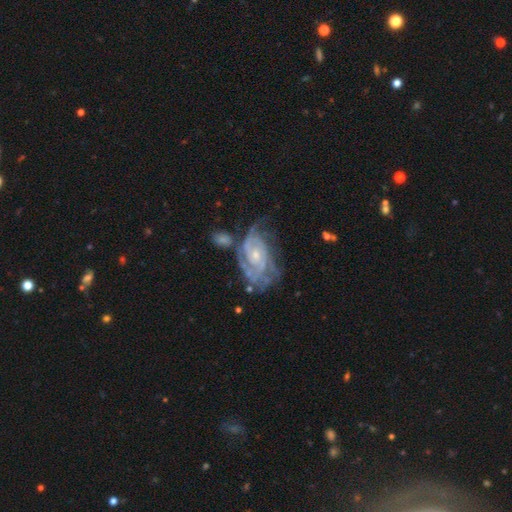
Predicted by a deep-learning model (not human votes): Smooth or featured? Predicted: featured or disk (p=0.86). Edge-on disk? Predicted: no (p=0.97). Bar? Predicted: no (p=0.71). Spiral arms? Predicted: yes (p=0.94). Spiral winding? Predicted: tight (p=0.65). Spiral arm count? Predicted: can't tell (p=0.34). Bulge size? Predicted: small (p=0.64). Merging? Predicted: none (p=0.41).